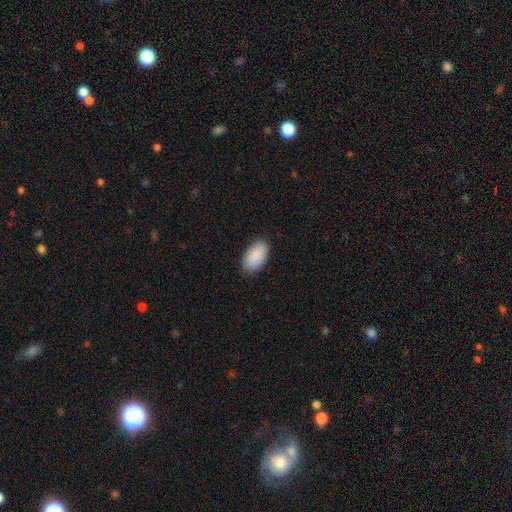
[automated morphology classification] smooth-or-featured: smooth: 91% | star or artifact: 6% | featured or disk: 4%
  how-rounded: in between: 96% | round: 3% | cigar-shaped: 2%
  merging: none: 88% | minor disturbance: 10% | major disturbance: 2% | merger: 1%